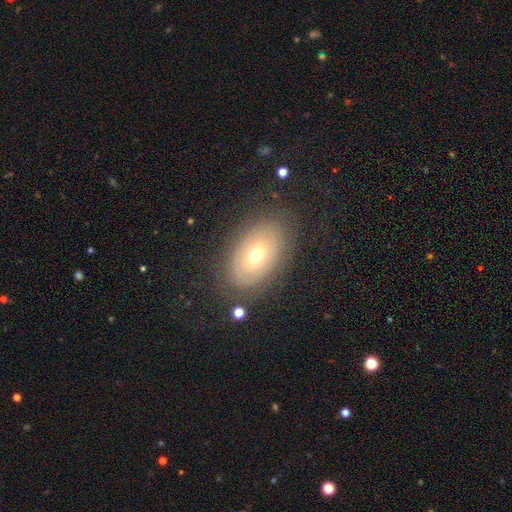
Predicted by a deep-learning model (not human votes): featured or disk 46%, smooth 44%, star or artifact 10%. Down the decision tree: merging — none (79%).